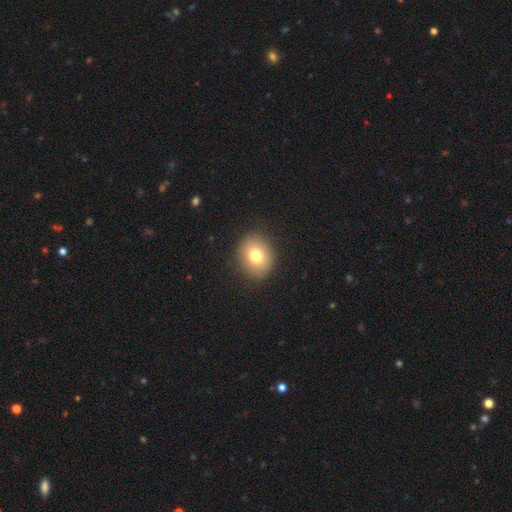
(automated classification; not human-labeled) smooth_or_featured: smooth (p=0.78) [alt: featured or disk p=0.12]
how_rounded: round (p=0.63) [alt: in between p=0.36]
merging: none (p=0.89) [alt: minor disturbance p=0.07]